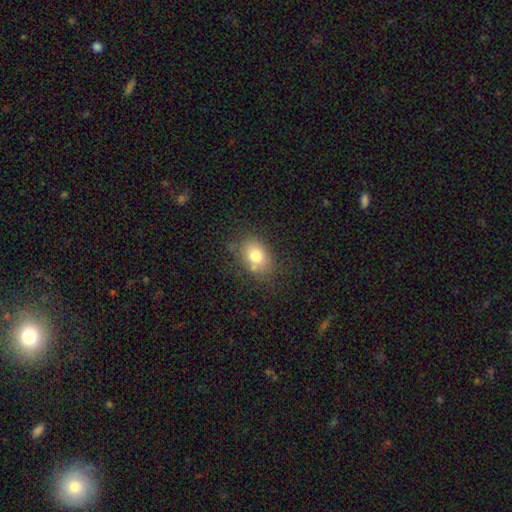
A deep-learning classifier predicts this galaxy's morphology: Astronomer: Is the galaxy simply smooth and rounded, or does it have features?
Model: smooth — 76%.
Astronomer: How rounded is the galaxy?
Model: in between — 69%.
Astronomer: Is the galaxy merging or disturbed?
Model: none — 70%.